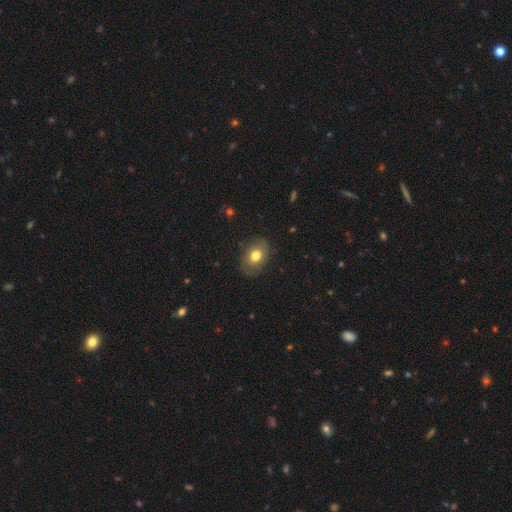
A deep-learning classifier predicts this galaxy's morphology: smooth_or_featured: smooth (p=0.72) [alt: featured or disk p=0.19]
how_rounded: in between (p=0.69) [alt: round p=0.30]
merging: none (p=0.81) [alt: minor disturbance p=0.14]